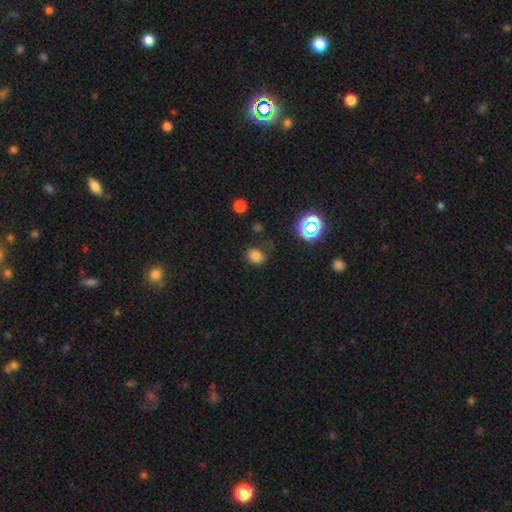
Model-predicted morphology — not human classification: smooth-or-featured: smooth: 76% | star or artifact: 19% | featured or disk: 5%
  how-rounded: in between: 54% | round: 45% | cigar-shaped: 1%
  merging: none: 74% | minor disturbance: 17% | major disturbance: 6% | merger: 3%